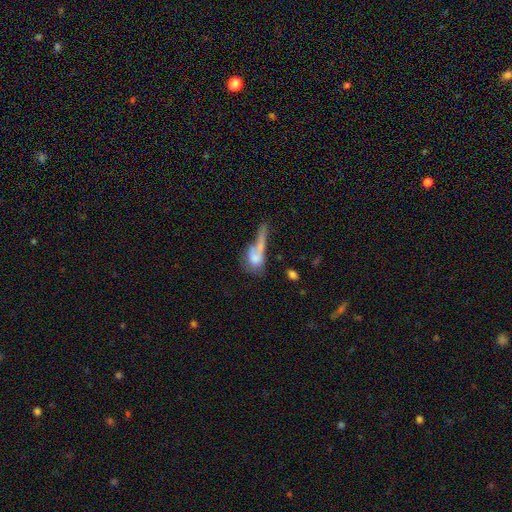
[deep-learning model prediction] Smooth or featured? smooth (62%)
How rounded? in between (56%)
Merging? merger (40%)